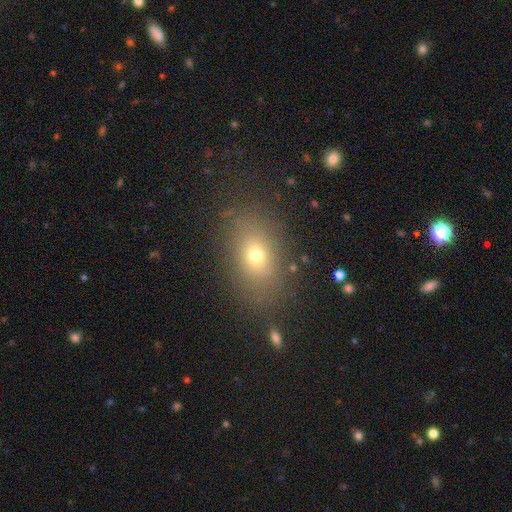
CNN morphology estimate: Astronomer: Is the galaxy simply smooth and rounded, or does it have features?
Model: smooth — 69%.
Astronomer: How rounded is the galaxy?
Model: in between — 77%.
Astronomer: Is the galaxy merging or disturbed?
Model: none — 81%.